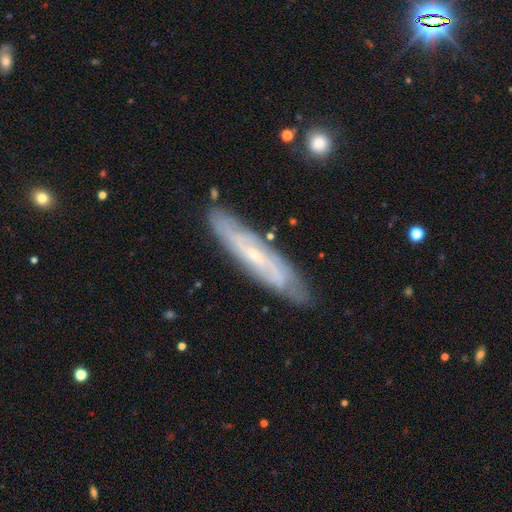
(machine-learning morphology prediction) The model was most divided on "edge-on disk": no: 55%, yes: 45%. More confident: merging — none (83%); smooth or featured — featured or disk (67%).